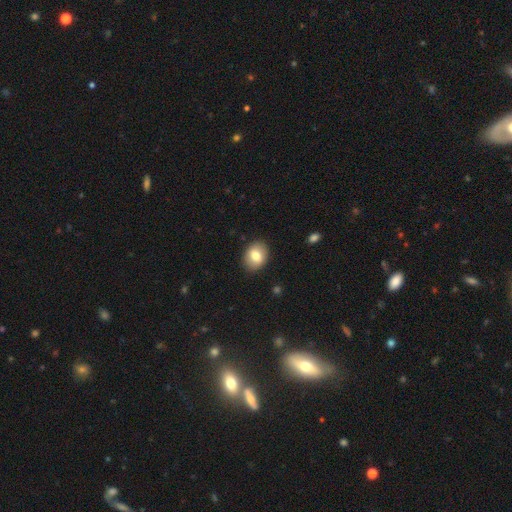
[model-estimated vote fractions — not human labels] Smooth or featured? smooth (78%)
How rounded? in between (61%)
Merging? none (88%)